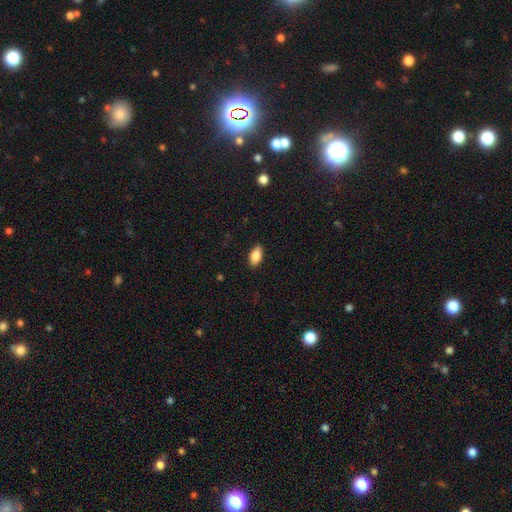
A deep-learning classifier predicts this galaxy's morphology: This appears to be a smooth galaxy with no disk features (86%) that is in between round and cigar-shaped (91%). Merging: none (89%).